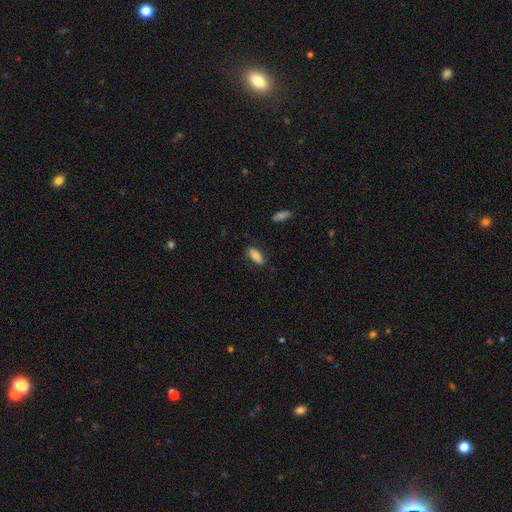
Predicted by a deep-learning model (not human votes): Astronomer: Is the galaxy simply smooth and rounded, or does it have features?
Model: smooth — 75%.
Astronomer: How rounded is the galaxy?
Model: in between — 84%.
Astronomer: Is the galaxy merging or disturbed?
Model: none — 82%.